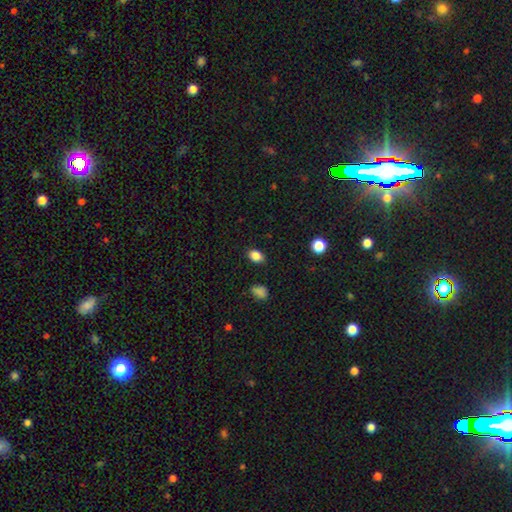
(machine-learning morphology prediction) A smooth galaxy with no disk features (86%) that is in between round and cigar-shaped (76%).

Vote fractions:
- Smooth or featured? smooth: 86% / star or artifact: 10% / featured or disk: 4%
- How rounded? in between: 76% / round: 23% / cigar-shaped: 1%
- Merging? none: 86% / minor disturbance: 10% / major disturbance: 2% / merger: 1%